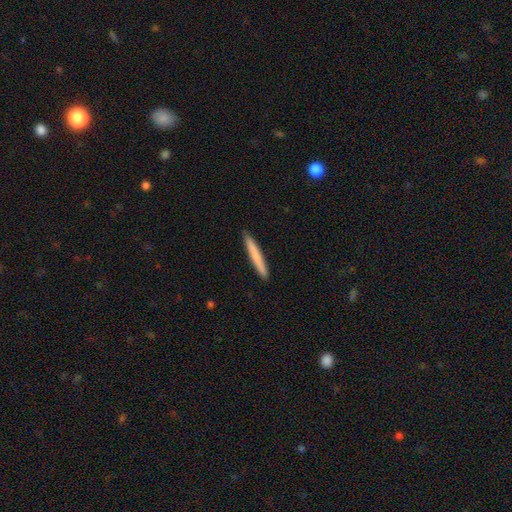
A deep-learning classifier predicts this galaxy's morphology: Overall: smooth (74%). How rounded: cigar-shaped (97%). Merging: none (92%).